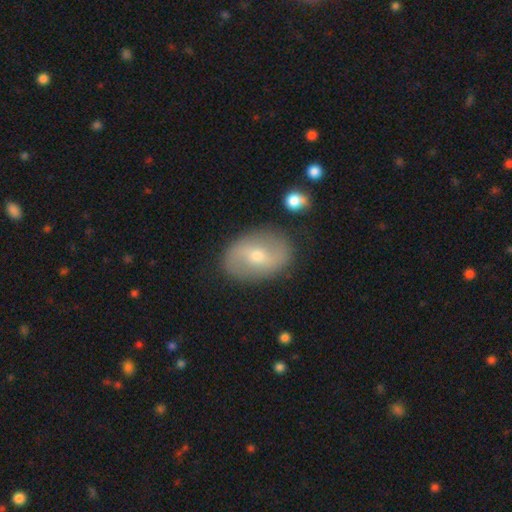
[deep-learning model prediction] Smooth or featured?
  - featured or disk: 61% *
  - smooth: 32%
  - star or artifact: 7%
Edge-on disk?
  - no: 95% *
  - yes: 5%
Bar?
  - weak: 47% *
  - no: 29%
  - strong: 24%
Spiral arms?
  - yes: 68% *
  - no: 32%
Bulge size?
  - moderate: 54% *
  - small: 41%
  - large: 2%
  - none: 1%
  - dominant: 1%
Merging?
  - none: 85% *
  - minor disturbance: 10%
  - major disturbance: 3%
  - merger: 2%